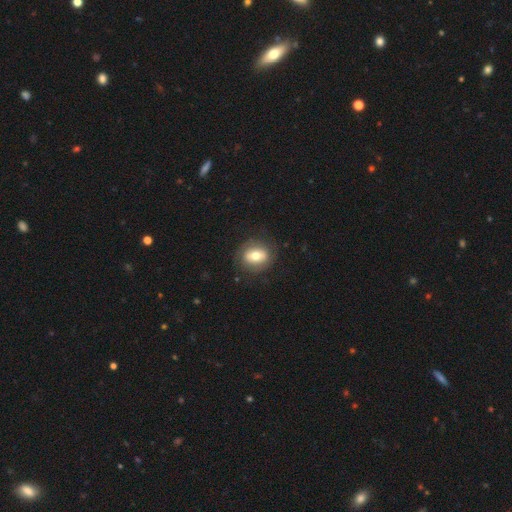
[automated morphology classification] Smooth or featured?
  - smooth: 64% *
  - featured or disk: 28%
  - star or artifact: 8%
How rounded?
  - round: 53% *
  - in between: 45%
  - cigar-shaped: 2%
Merging?
  - none: 83% *
  - minor disturbance: 12%
  - major disturbance: 4%
  - merger: 1%